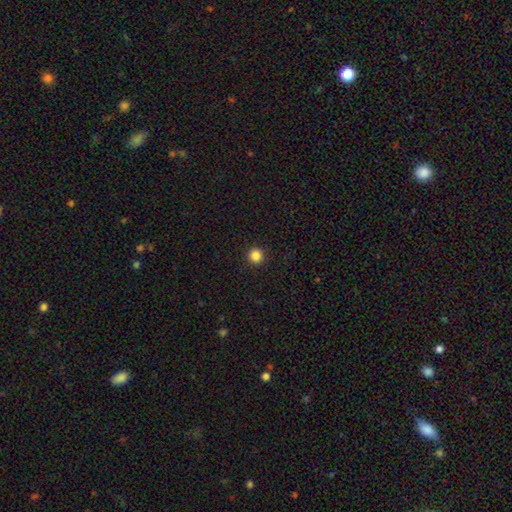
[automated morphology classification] Smooth or featured? Predicted: smooth (p=0.85). How rounded? Predicted: round (p=0.96). Merging? Predicted: none (p=0.93).